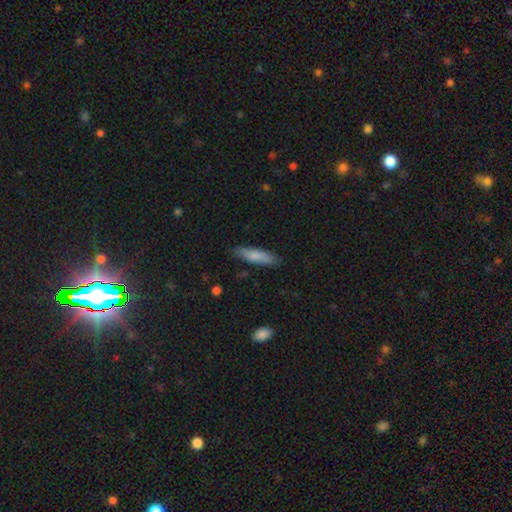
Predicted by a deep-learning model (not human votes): smooth 80%, featured or disk 14%, star or artifact 6%. Down the decision tree: how rounded — cigar-shaped (70%); merging — none (85%).